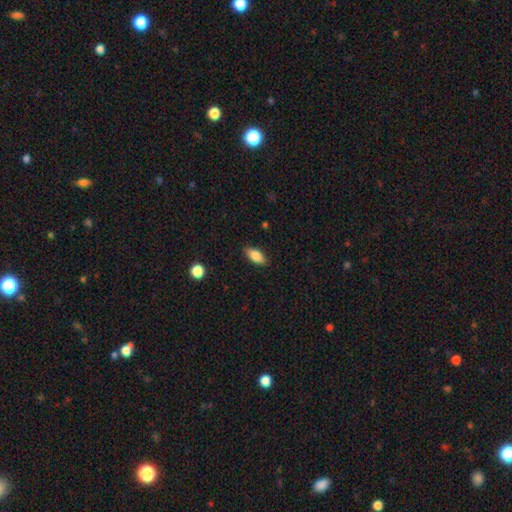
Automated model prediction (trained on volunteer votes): Morphology: type=smooth (85%); roundness=in between (86%); merging=none (86%).